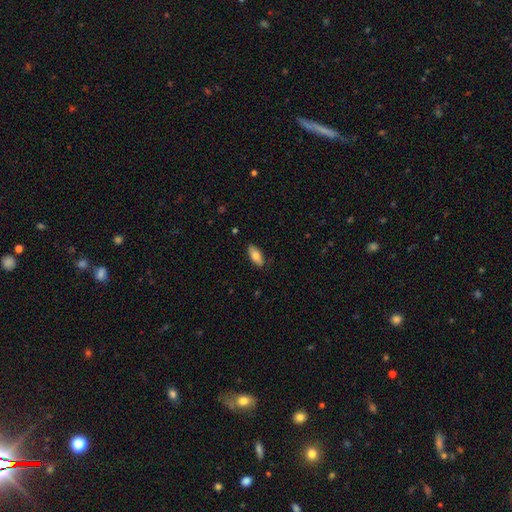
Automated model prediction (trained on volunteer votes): Smooth or featured: smooth — 79% (featured or disk — 14%)
How rounded: in between — 84% (cigar-shaped — 13%)
Merging: none — 86% (minor disturbance — 11%)